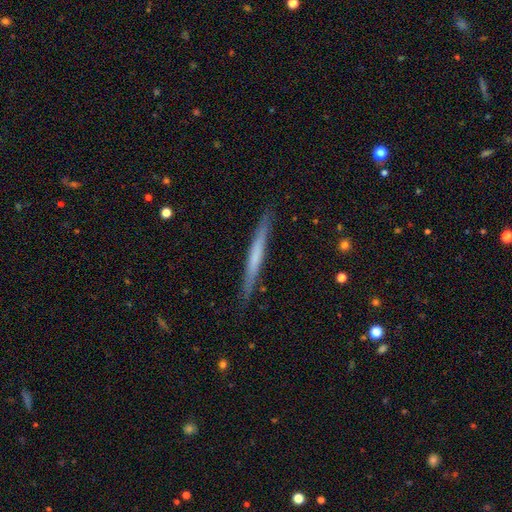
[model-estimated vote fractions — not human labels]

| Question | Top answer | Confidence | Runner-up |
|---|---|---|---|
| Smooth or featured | smooth | 48% | featured or disk (46%) |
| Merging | none | 89% | minor disturbance (8%) |